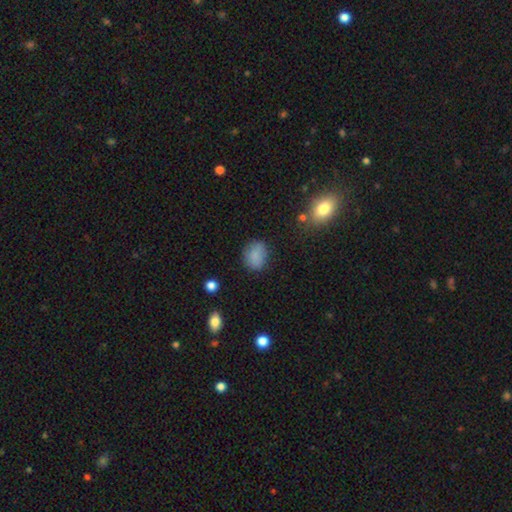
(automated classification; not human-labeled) Morphology: type=smooth (84%); roundness=in between (60%); merging=none (73%).